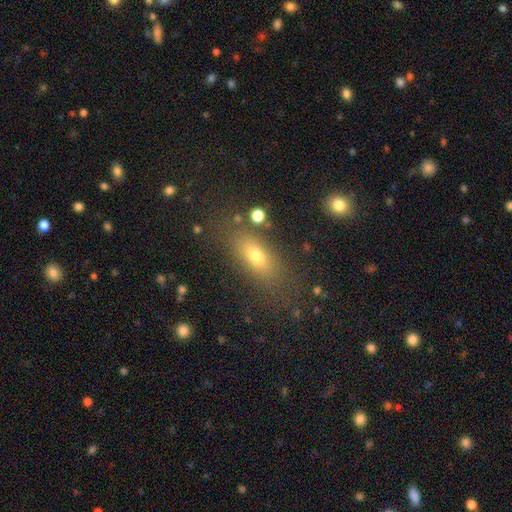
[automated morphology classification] The model was most divided on "smooth or featured": smooth: 70%, featured or disk: 18%, star or artifact: 13%. More confident: merging — none (77%); how rounded — in between (73%).